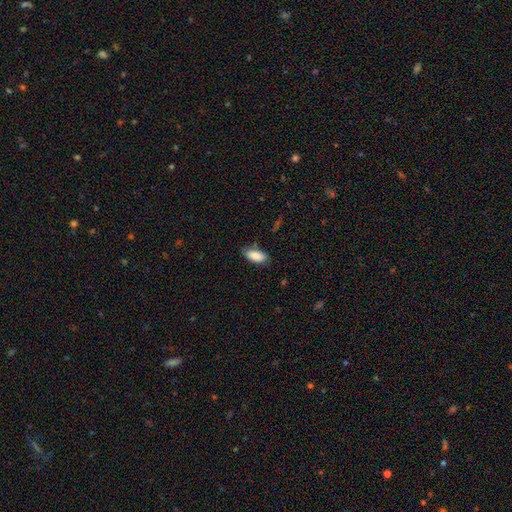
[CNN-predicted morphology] Smooth or featured? Predicted: smooth (p=0.85). How rounded? Predicted: in between (p=0.90). Merging? Predicted: none (p=0.75).